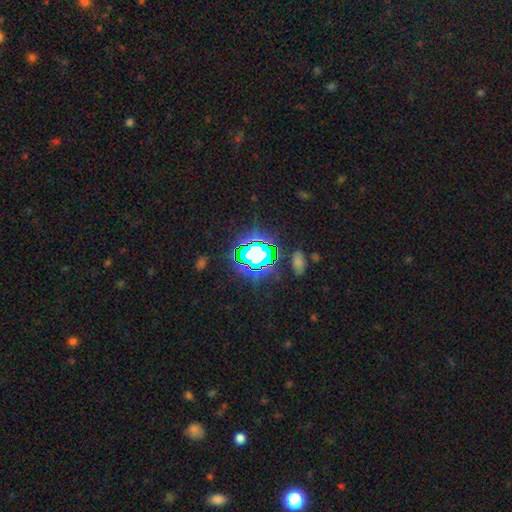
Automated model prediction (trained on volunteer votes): smooth-or-featured: star or artifact: 70% | smooth: 17% | featured or disk: 13%